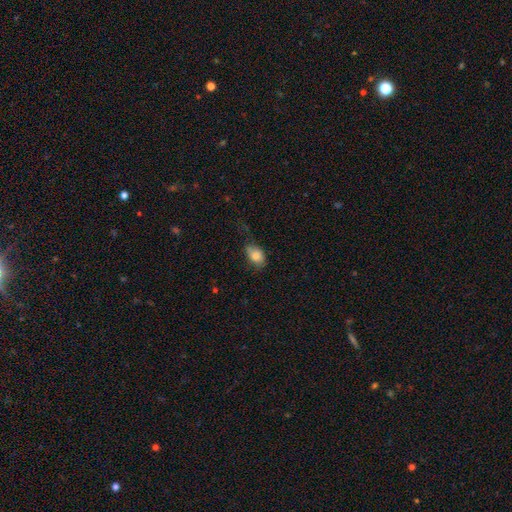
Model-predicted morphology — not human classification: Smooth or featured?
  - smooth: 80% *
  - featured or disk: 12%
  - star or artifact: 8%
How rounded?
  - in between: 82% *
  - round: 16%
  - cigar-shaped: 2%
Merging?
  - none: 48% *
  - minor disturbance: 34%
  - major disturbance: 16%
  - merger: 2%